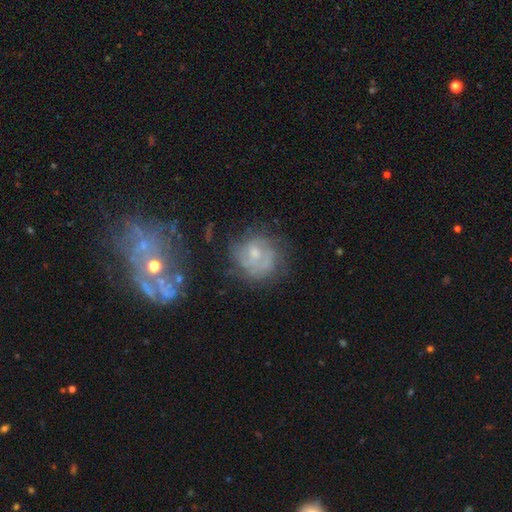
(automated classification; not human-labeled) A featured or disk galaxy (60%) with no bar (67%), spiral arms (67%) and a small central bulge (46%). Merging: none (60%).